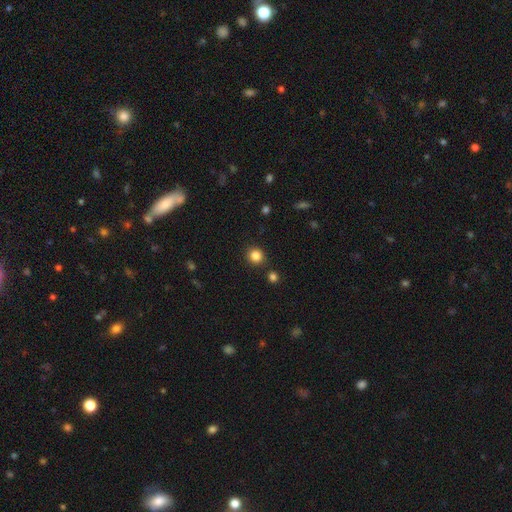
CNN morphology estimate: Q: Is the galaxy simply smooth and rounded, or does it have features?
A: smooth — 84%.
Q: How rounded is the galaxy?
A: round — 90%.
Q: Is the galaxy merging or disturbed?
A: none — 88%.